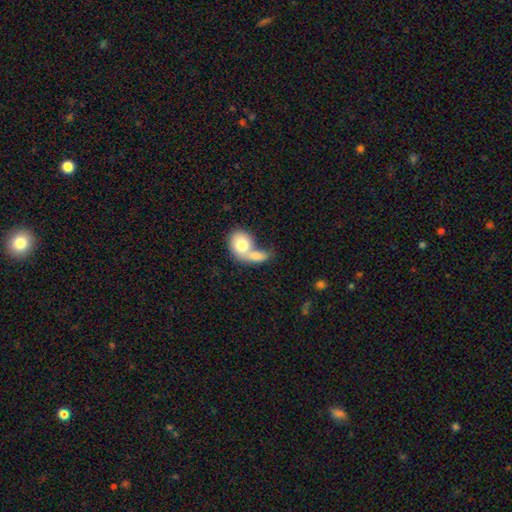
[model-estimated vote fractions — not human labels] smooth_or_featured: smooth (p=0.75) [alt: featured or disk p=0.19]
how_rounded: in between (p=0.58) [alt: round p=0.40]
merging: merger (p=0.72) [alt: none p=0.14]